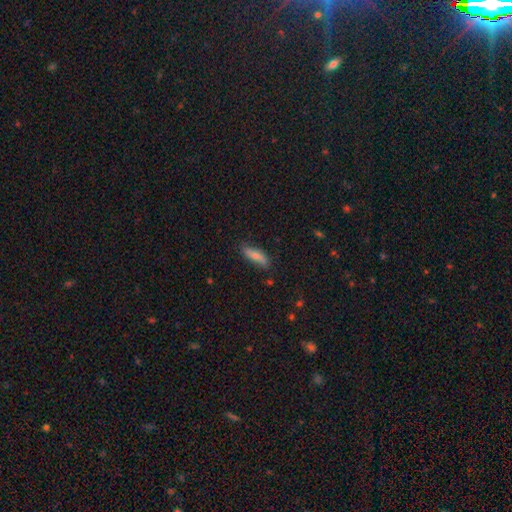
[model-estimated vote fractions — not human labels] A smooth galaxy with no disk features (75%) that is cigar-shaped (51%). Merging: none (75%).